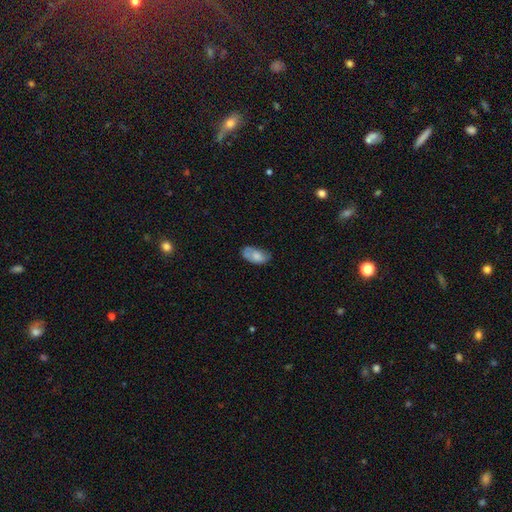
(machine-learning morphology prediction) This appears to be a smooth galaxy with no disk features (72%) that is in between round and cigar-shaped (93%). Merging: none (57%).